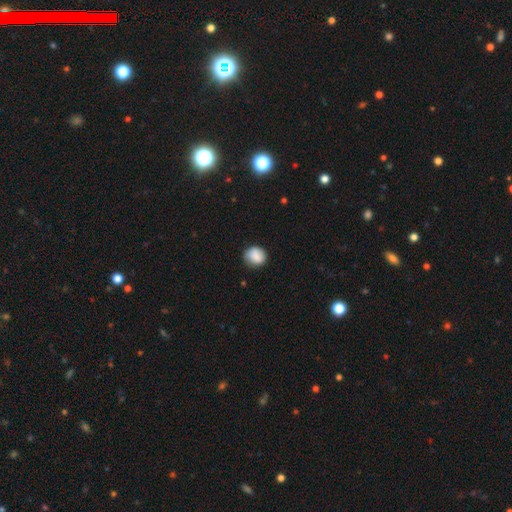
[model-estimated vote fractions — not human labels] Smooth or featured? Predicted: smooth (p=0.85). How rounded? Predicted: round (p=0.79). Merging? Predicted: none (p=0.77).